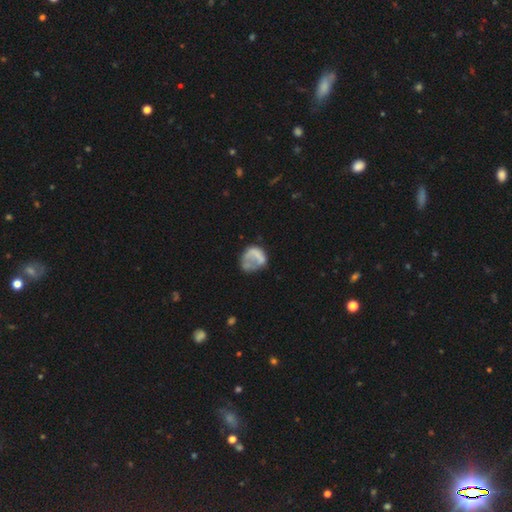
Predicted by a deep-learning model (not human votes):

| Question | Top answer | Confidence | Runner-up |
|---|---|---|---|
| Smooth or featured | smooth | 54% | featured or disk (36%) |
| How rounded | round | 64% | in between (34%) |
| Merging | major disturbance | 38% | none (35%) |